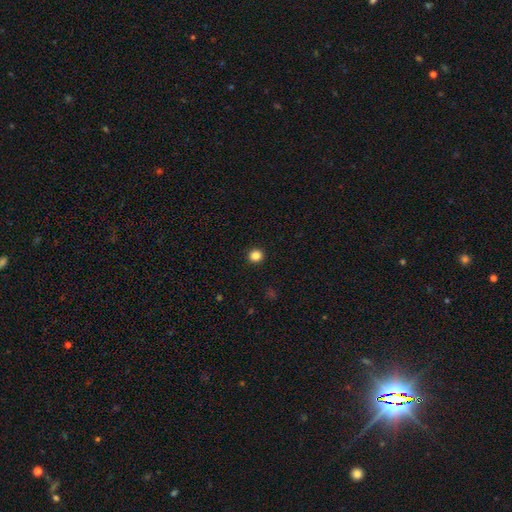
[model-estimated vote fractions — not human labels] A smooth galaxy with no disk features (85%) that is round (92%). Merging: none (94%).